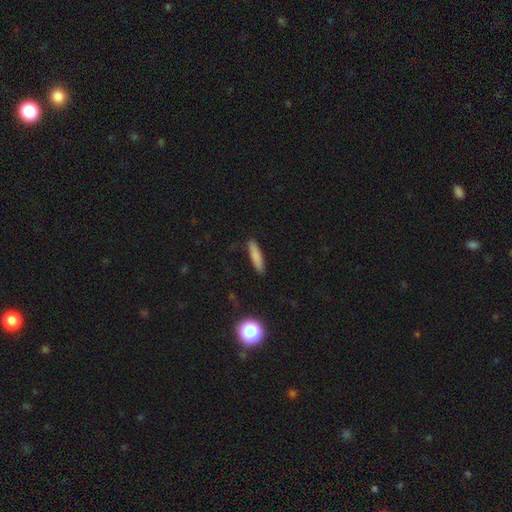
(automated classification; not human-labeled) A smooth galaxy with no disk features (81%) that is cigar-shaped (81%).

Vote fractions:
- Smooth or featured? smooth: 81% / featured or disk: 10% / star or artifact: 8%
- How rounded? cigar-shaped: 81% / in between: 17% / round: 2%
- Merging? none: 87% / minor disturbance: 9% / major disturbance: 2% / merger: 1%